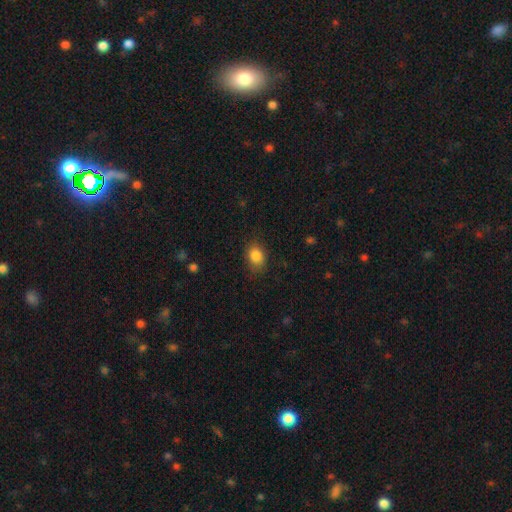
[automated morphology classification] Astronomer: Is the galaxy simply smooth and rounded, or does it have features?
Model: smooth — 86%.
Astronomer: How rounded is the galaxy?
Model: in between — 62%.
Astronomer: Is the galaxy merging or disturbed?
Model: none — 79%.